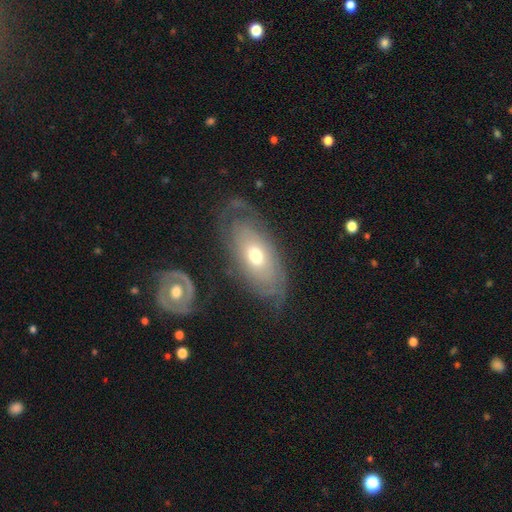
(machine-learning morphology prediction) A featured or disk galaxy (67%) with no bar (81%), spiral arms (70%) and a moderate central bulge (69%).

Vote fractions:
- Smooth or featured? featured or disk: 67% / smooth: 26% / star or artifact: 7%
- Edge-on disk? no: 88% / yes: 12%
- Bar? no: 81% / weak: 15% / strong: 4%
- Spiral arms? yes: 70% / no: 30%
- Bulge size? moderate: 69% / small: 20% / large: 8% / dominant: 1% / none: 1%
- Merging? none: 70% / minor disturbance: 17% / major disturbance: 10% / merger: 2%